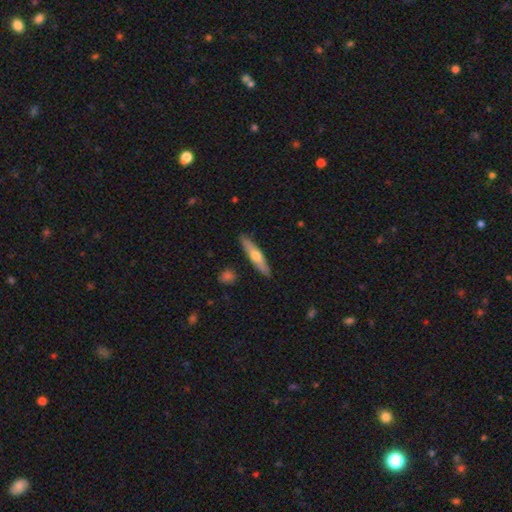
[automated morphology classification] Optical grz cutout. It shows a smooth galaxy with no disk features (51%) that is cigar-shaped (83%). Merging: none (89%).